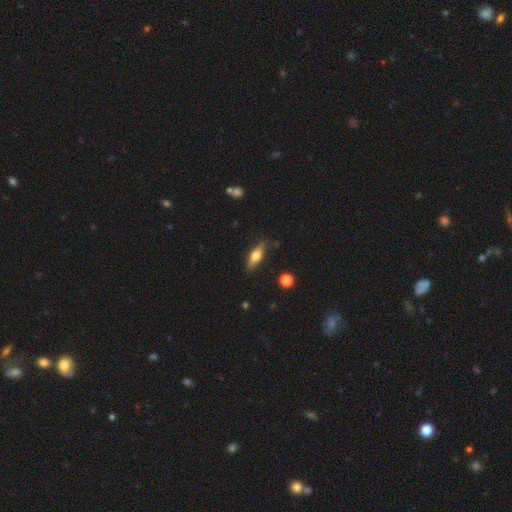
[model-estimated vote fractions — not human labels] Smooth or featured: smooth — 48% (featured or disk — 45%)
Merging: none — 82% (minor disturbance — 13%)